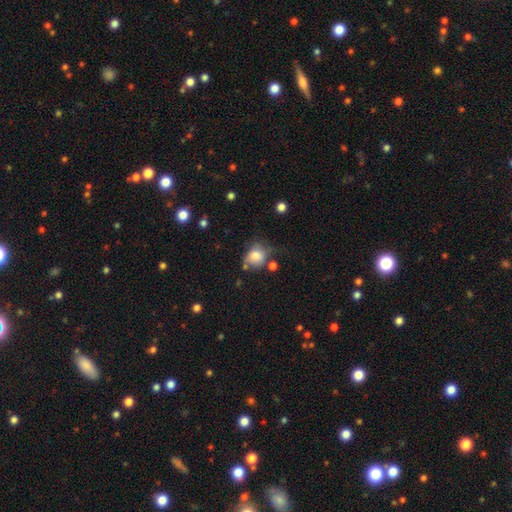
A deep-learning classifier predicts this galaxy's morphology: smooth-or-featured: smooth: 76% | featured or disk: 14% | star or artifact: 10%
  how-rounded: round: 67% | in between: 32% | cigar-shaped: 1%
  merging: none: 44% | minor disturbance: 29% | major disturbance: 15% | merger: 12%